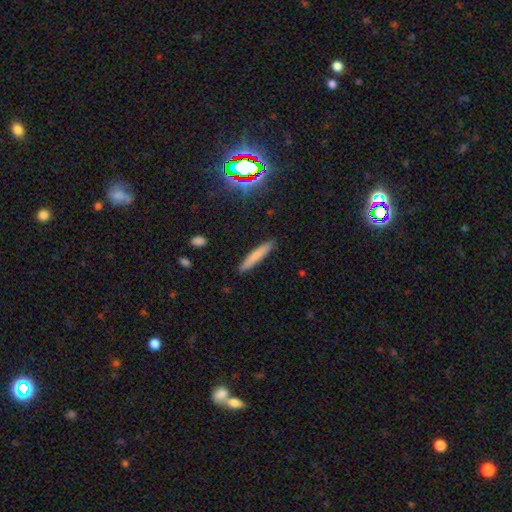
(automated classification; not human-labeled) A smooth galaxy with no disk features (74%) that is cigar-shaped (92%). Merging: none (89%).